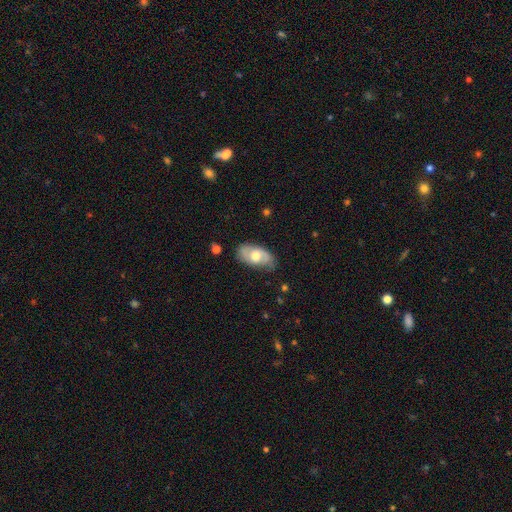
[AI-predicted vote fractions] A smooth galaxy with no disk features (48%). Merging: none (71%).